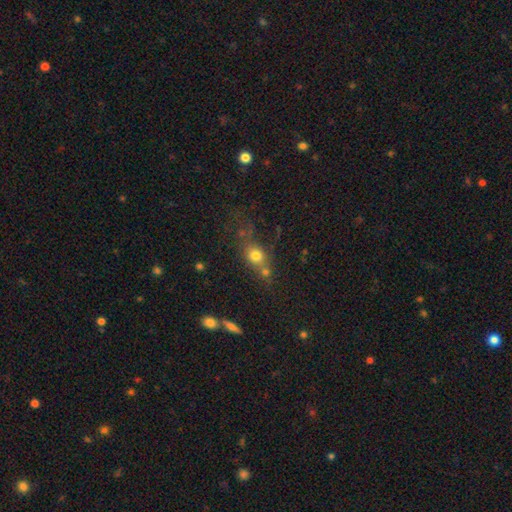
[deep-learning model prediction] A smooth galaxy with no disk features (70%) that is round (60%). Merging: none (49%).